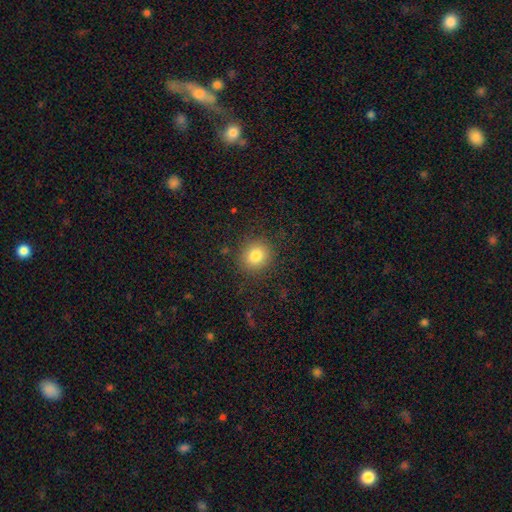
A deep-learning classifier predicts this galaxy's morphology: Smooth or featured?
  - smooth: 81% *
  - star or artifact: 12%
  - featured or disk: 7%
How rounded?
  - round: 81% *
  - in between: 19%
  - cigar-shaped: 1%
Merging?
  - none: 87% *
  - minor disturbance: 8%
  - major disturbance: 3%
  - merger: 1%